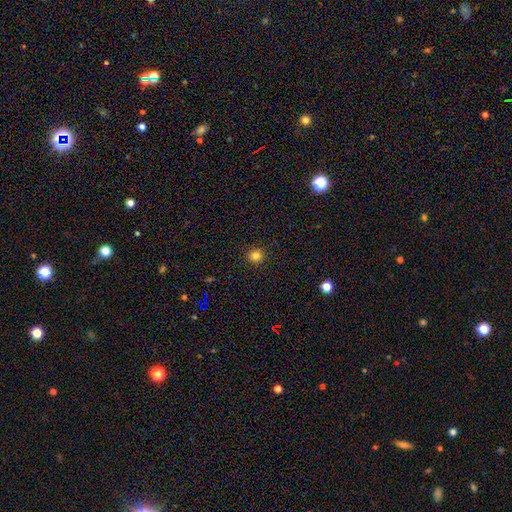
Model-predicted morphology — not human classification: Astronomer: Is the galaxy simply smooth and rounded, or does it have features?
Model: smooth — 81%.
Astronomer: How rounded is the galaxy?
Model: round — 93%.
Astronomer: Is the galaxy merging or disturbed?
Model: none — 92%.